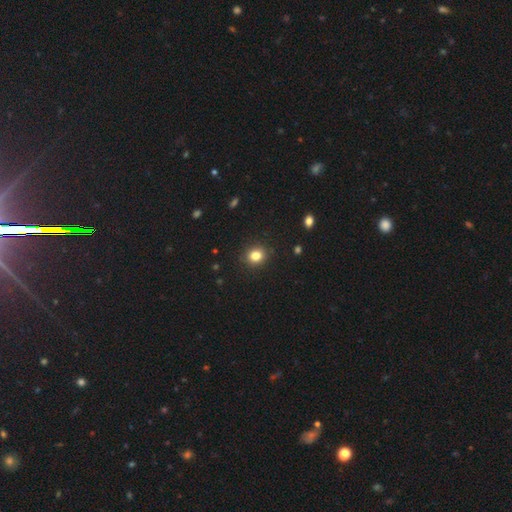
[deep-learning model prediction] smooth 82%, star or artifact 12%, featured or disk 6%. Down the decision tree: how rounded — round (77%); merging — none (89%).